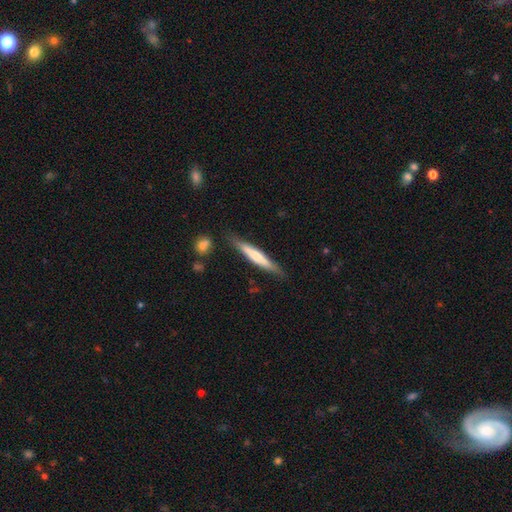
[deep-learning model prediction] Morphology: type=smooth (52%); roundness=cigar-shaped (93%); merging=none (82%).